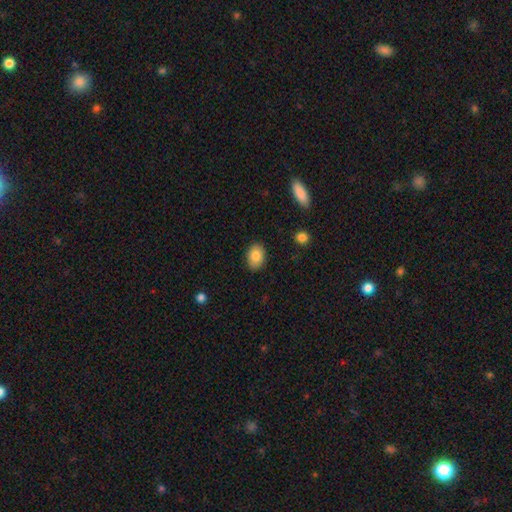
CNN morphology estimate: Smooth or featured? Predicted: smooth (p=0.85). How rounded? Predicted: in between (p=0.78). Merging? Predicted: none (p=0.88).